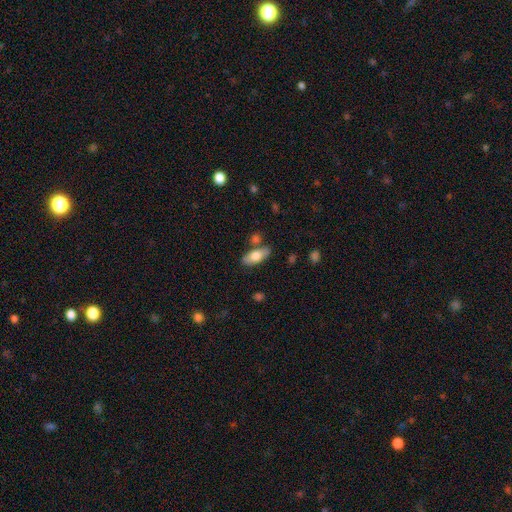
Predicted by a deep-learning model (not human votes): smooth_or_featured: smooth (p=0.72) [alt: featured or disk p=0.22]
how_rounded: in between (p=0.82) [alt: cigar-shaped p=0.15]
merging: none (p=0.74) [alt: minor disturbance p=0.13]